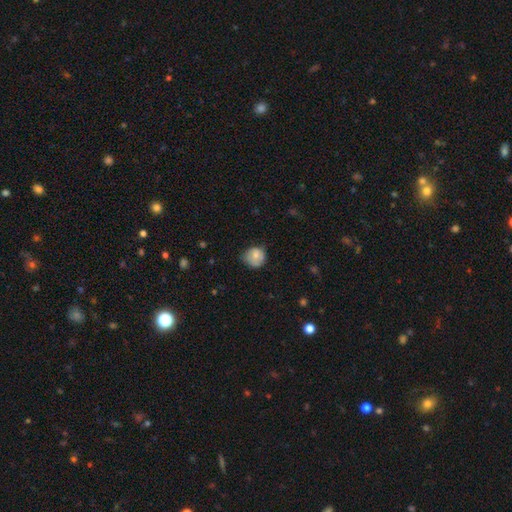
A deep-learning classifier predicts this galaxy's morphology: smooth-or-featured: smooth: 74% | featured or disk: 18% | star or artifact: 8%
  how-rounded: round: 81% | in between: 18% | cigar-shaped: 1%
  merging: none: 56% | minor disturbance: 33% | major disturbance: 8% | merger: 2%